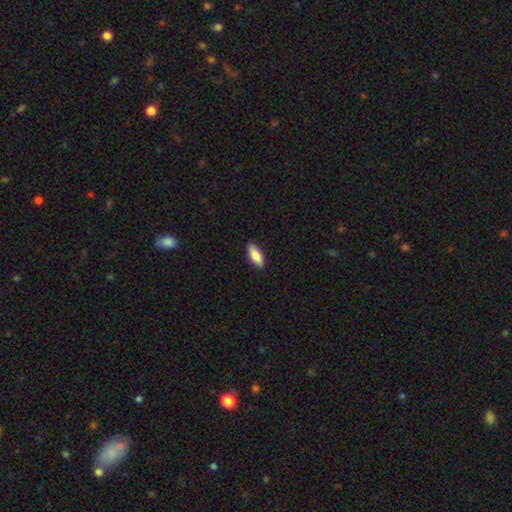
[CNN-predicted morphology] A smooth galaxy with no disk features (85%) that is in between round and cigar-shaped (79%). Merging: none (89%).